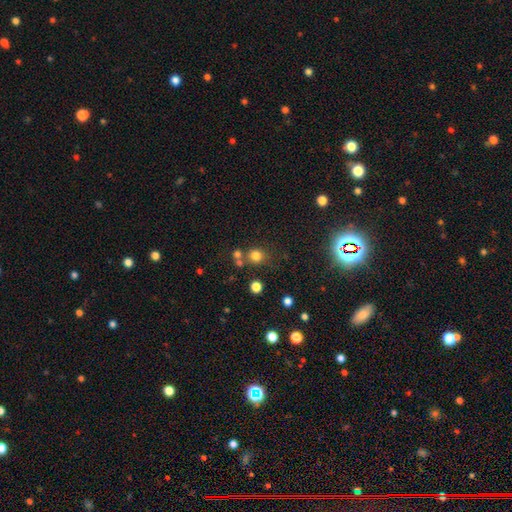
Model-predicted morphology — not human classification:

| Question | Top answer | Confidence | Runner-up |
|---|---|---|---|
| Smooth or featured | smooth | 77% | star or artifact (16%) |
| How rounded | round | 87% | in between (12%) |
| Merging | none | 65% | merger (21%) |